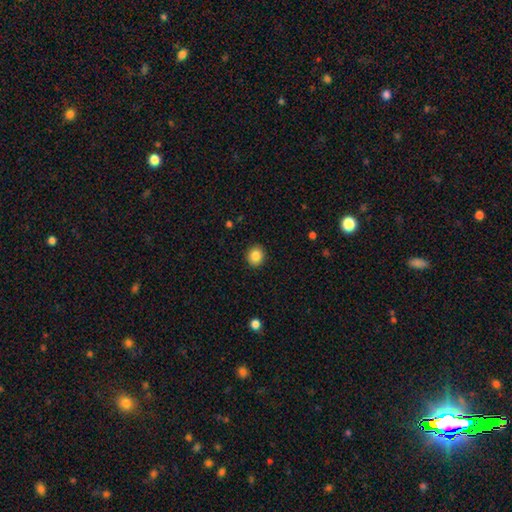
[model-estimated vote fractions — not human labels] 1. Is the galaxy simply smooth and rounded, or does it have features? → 86% smooth, 9% star or artifact, 5% featured or disk.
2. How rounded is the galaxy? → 75% round, 24% in between, 1% cigar-shaped.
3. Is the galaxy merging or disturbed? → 91% none, 6% minor disturbance, 2% major disturbance, 1% merger.